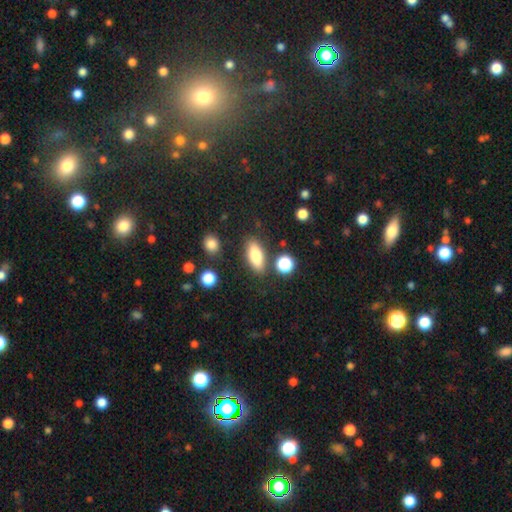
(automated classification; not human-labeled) A smooth galaxy with no disk features (78%) that is in between round and cigar-shaped (72%).

Vote fractions:
- Smooth or featured? smooth: 78% / featured or disk: 13% / star or artifact: 9%
- How rounded? in between: 72% / cigar-shaped: 23% / round: 5%
- Merging? none: 80% / minor disturbance: 11% / merger: 5% / major disturbance: 4%